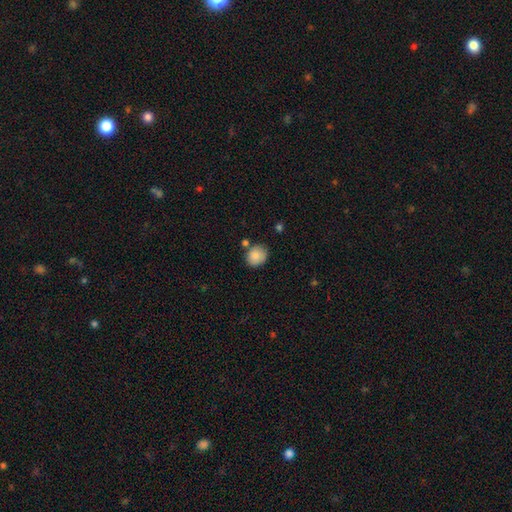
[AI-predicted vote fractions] smooth_or_featured: smooth (p=0.85) [alt: star or artifact p=0.08]
how_rounded: round (p=0.70) [alt: in between p=0.29]
merging: none (p=0.74) [alt: minor disturbance p=0.15]